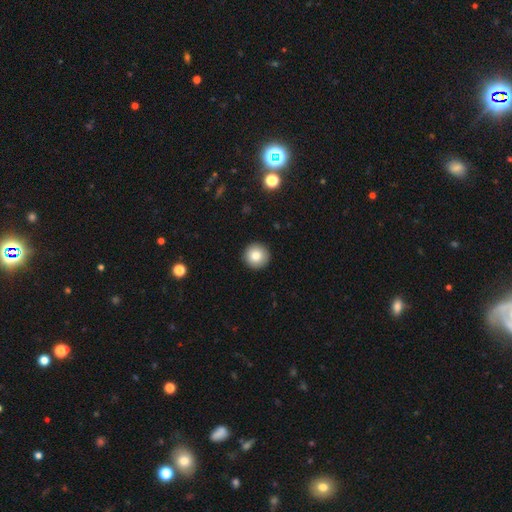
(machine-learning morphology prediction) Smooth or featured?
  - smooth: 81% *
  - featured or disk: 10%
  - star or artifact: 9%
How rounded?
  - round: 96% *
  - in between: 3%
  - cigar-shaped: 1%
Merging?
  - none: 93% *
  - minor disturbance: 5%
  - major disturbance: 1%
  - merger: 1%